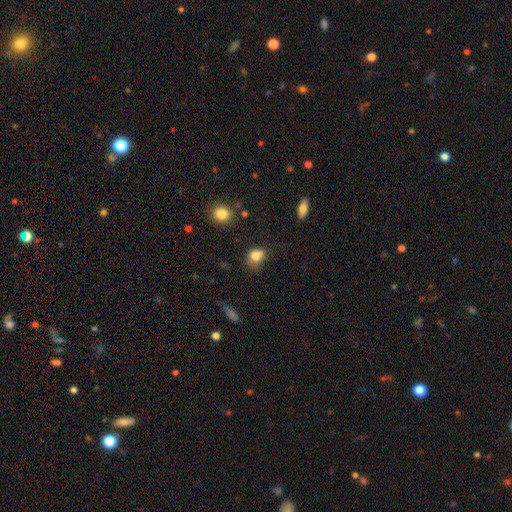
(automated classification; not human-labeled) This is likely a smooth galaxy (78%). How rounded: possibly round (58%). Merging: marginally none (43%).